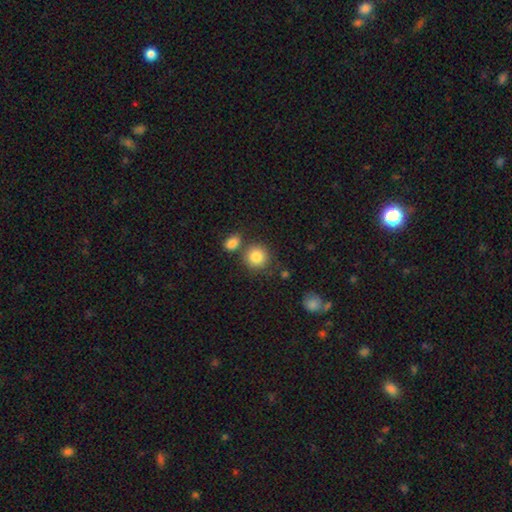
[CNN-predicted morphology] This is clearly a smooth galaxy (84%). How rounded: clearly round (87%). Merging: likely none (67%).